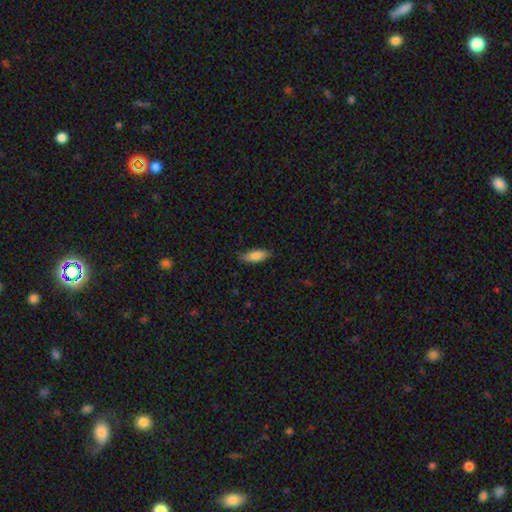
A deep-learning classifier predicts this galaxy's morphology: Smooth or featured?
  - smooth: 84% *
  - featured or disk: 10%
  - star or artifact: 6%
How rounded?
  - in between: 69% *
  - cigar-shaped: 30%
  - round: 2%
Merging?
  - none: 78% *
  - minor disturbance: 18%
  - major disturbance: 3%
  - merger: 1%